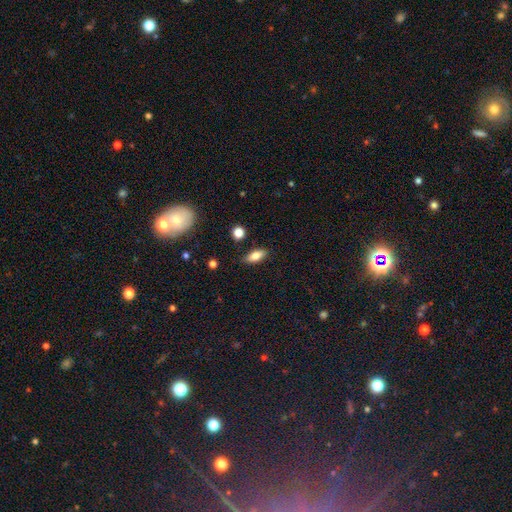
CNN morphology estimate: Q: Smooth or featured?
A: smooth (76%); runner-up: featured or disk (16%)
Q: How rounded?
A: in between (78%); runner-up: cigar-shaped (18%)
Q: Merging?
A: none (84%); runner-up: minor disturbance (11%)